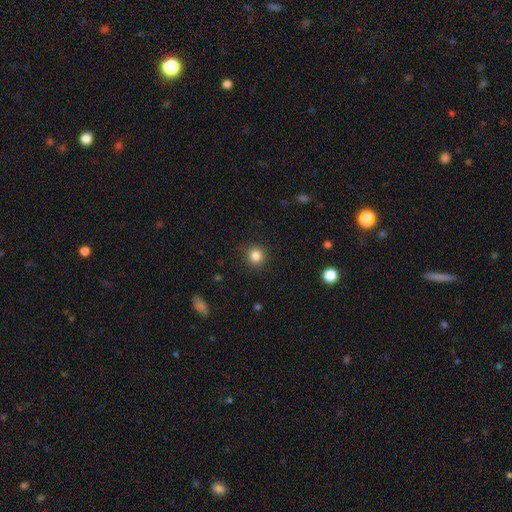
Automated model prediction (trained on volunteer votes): A smooth galaxy with no disk features (84%) that is round (93%).

Vote fractions:
- Smooth or featured? smooth: 84% / star or artifact: 12% / featured or disk: 4%
- How rounded? round: 93% / in between: 6% / cigar-shaped: 1%
- Merging? none: 90% / minor disturbance: 7% / major disturbance: 2% / merger: 1%